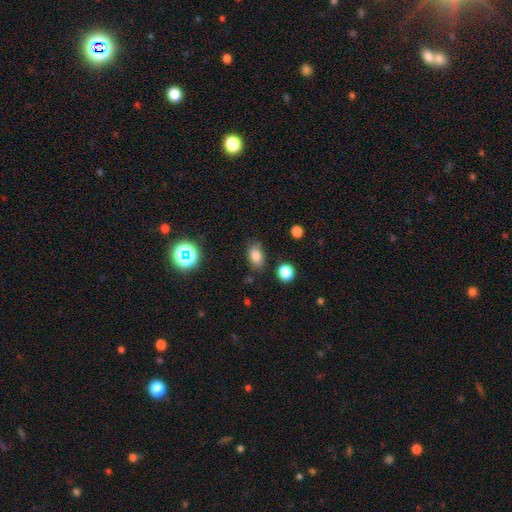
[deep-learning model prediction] smooth 81%, star or artifact 13%, featured or disk 7%. Down the decision tree: how rounded — in between (82%); merging — none (79%).